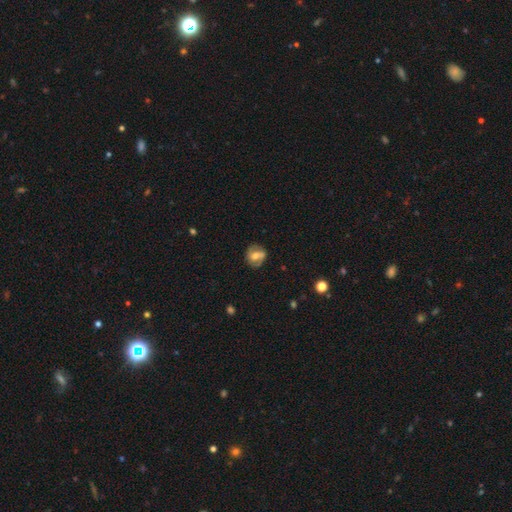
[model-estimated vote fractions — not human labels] This is possibly a featured or disk galaxy (57%). It is clearly not viewed edge-on (96%). Bar: marginally weak (41%). Spiral arm pattern: likely yes (70%). Central bulge: likely moderate (67%). Merging: likely none (76%).